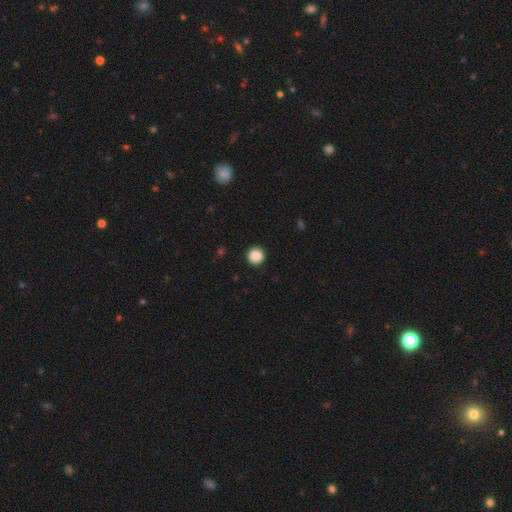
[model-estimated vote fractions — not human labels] smooth 88%, star or artifact 9%, featured or disk 3%. Down the decision tree: how rounded — round (93%); merging — none (91%).